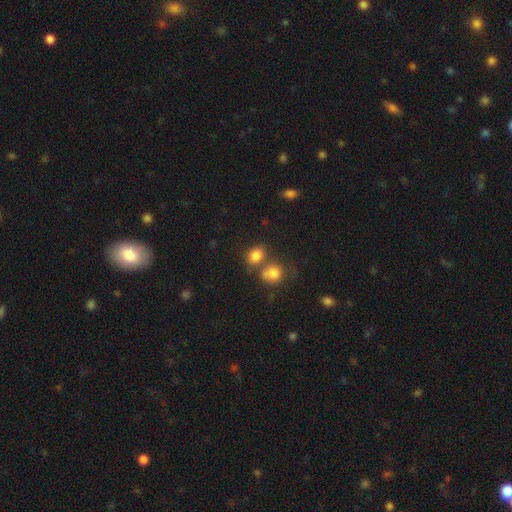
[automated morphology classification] smooth_or_featured: smooth (p=0.81) [alt: star or artifact p=0.11]
how_rounded: in between (p=0.55) [alt: round p=0.43]
merging: none (p=0.49) [alt: merger p=0.34]